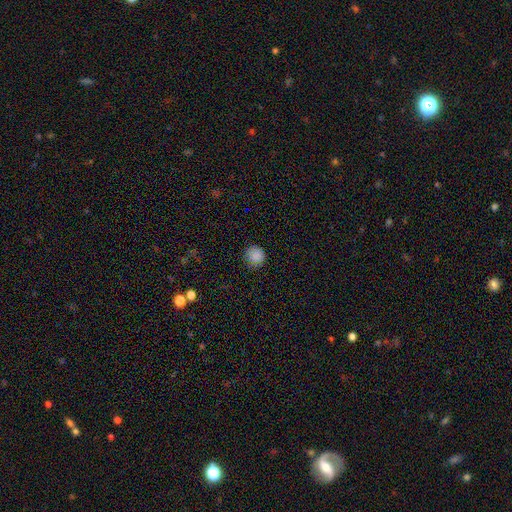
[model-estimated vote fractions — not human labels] This appears to be a smooth galaxy with no disk features (86%) that is round (92%). Merging: none (85%).